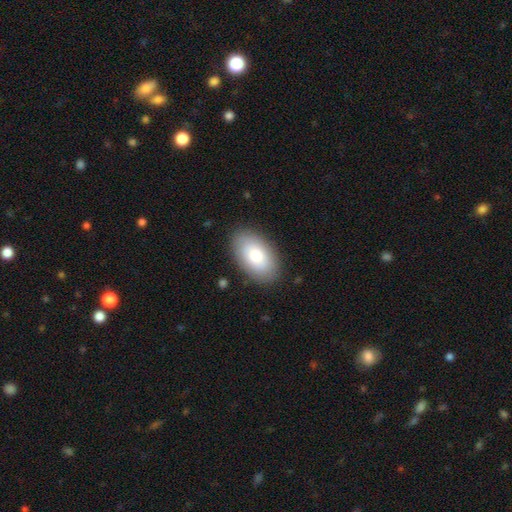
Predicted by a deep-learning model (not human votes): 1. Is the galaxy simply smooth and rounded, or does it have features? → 77% smooth, 16% featured or disk, 7% star or artifact.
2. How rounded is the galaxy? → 93% in between, 6% round, 1% cigar-shaped.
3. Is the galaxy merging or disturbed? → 87% none, 10% minor disturbance, 3% major disturbance, 1% merger.